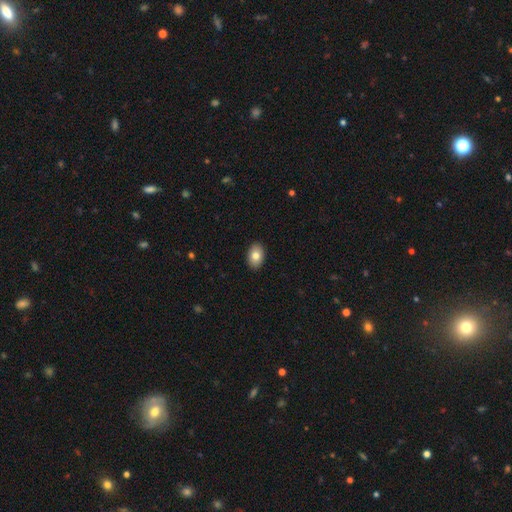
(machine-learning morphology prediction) Smooth or featured?
  - smooth: 81% *
  - featured or disk: 12%
  - star or artifact: 7%
How rounded?
  - in between: 84% *
  - round: 15%
  - cigar-shaped: 1%
Merging?
  - none: 91% *
  - minor disturbance: 7%
  - major disturbance: 2%
  - merger: 1%